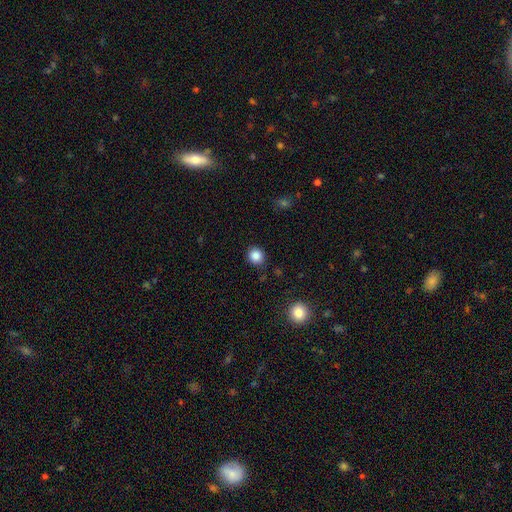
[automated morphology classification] This appears to be a smooth galaxy with no disk features (86%) that is round (85%). Merging: none (88%).